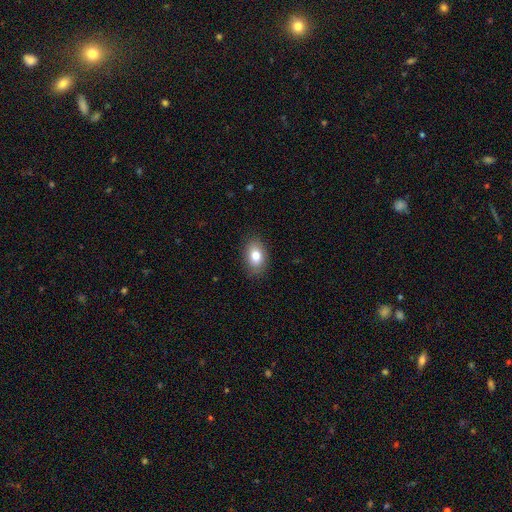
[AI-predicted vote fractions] A smooth galaxy with no disk features (80%) that is in between round and cigar-shaped (84%). Merging: none (86%).